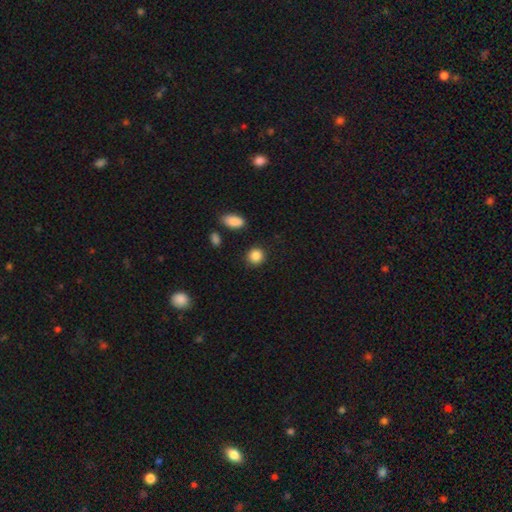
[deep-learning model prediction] Smooth or featured? smooth (87%)
How rounded? round (86%)
Merging? none (89%)